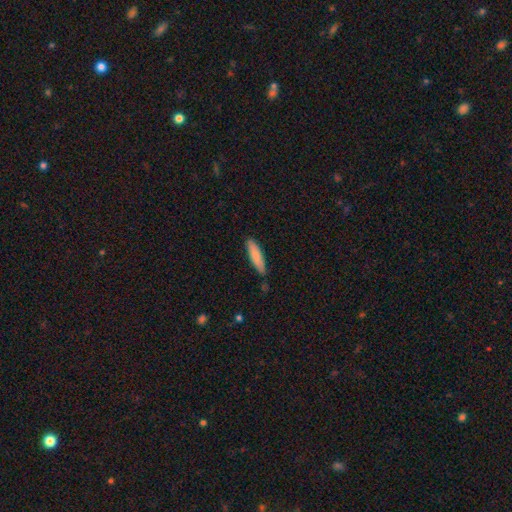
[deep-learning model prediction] Smooth or featured?
  - smooth: 83% *
  - featured or disk: 12%
  - star or artifact: 5%
How rounded?
  - cigar-shaped: 75% *
  - in between: 24%
  - round: 1%
Merging?
  - none: 80% *
  - minor disturbance: 15%
  - merger: 3%
  - major disturbance: 2%